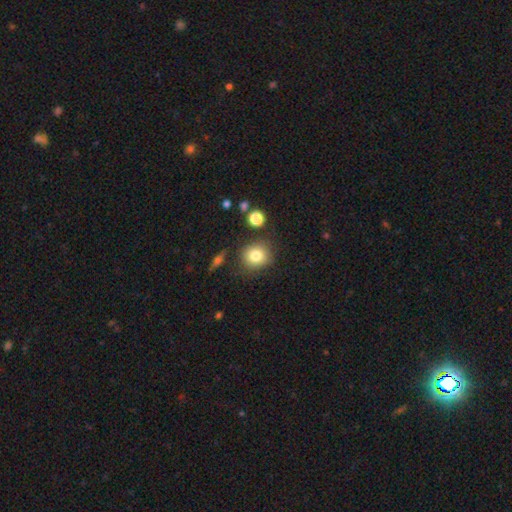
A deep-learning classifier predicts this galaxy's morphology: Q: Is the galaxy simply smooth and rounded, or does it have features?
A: smooth — 80%.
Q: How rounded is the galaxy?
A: round — 82%.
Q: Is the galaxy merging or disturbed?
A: none — 81%.